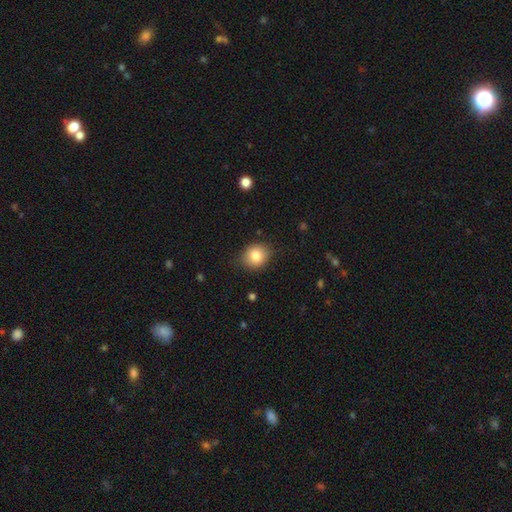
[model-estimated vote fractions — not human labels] A smooth galaxy with no disk features (83%) that is round (71%). Merging: none (83%).